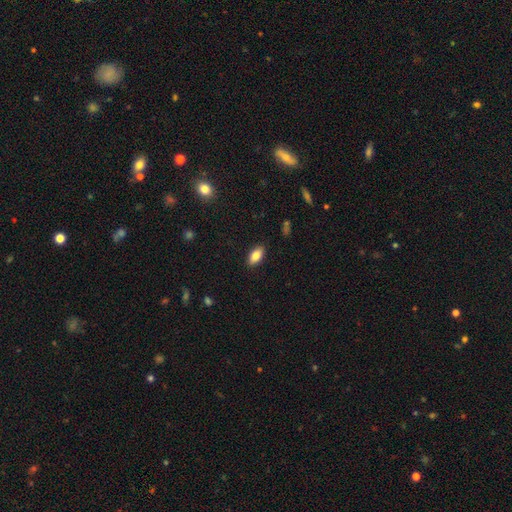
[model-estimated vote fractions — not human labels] smooth 83%, featured or disk 10%, star or artifact 7%. Down the decision tree: how rounded — in between (90%); merging — none (89%).